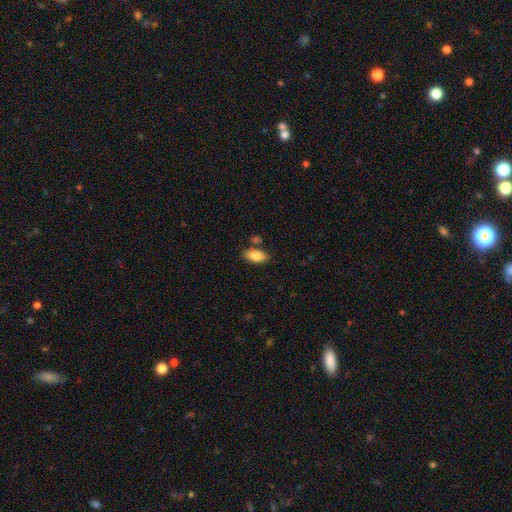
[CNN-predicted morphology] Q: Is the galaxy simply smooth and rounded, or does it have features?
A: smooth — 82%.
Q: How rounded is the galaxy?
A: in between — 90%.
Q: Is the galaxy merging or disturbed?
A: none — 76%.